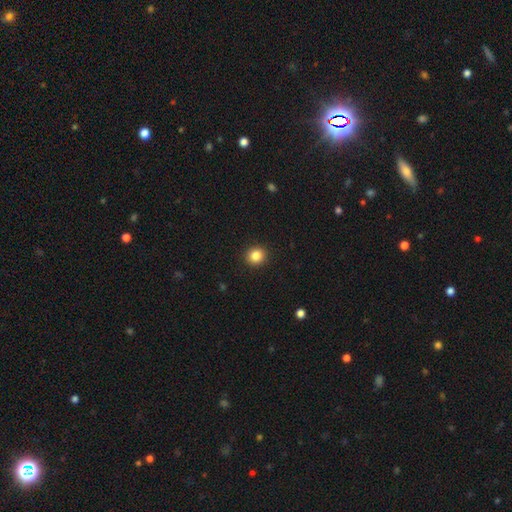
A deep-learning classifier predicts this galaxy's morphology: smooth-or-featured: smooth: 84% | star or artifact: 11% | featured or disk: 5%
  how-rounded: round: 90% | in between: 9% | cigar-shaped: 1%
  merging: none: 93% | minor disturbance: 5% | major disturbance: 2% | merger: 1%